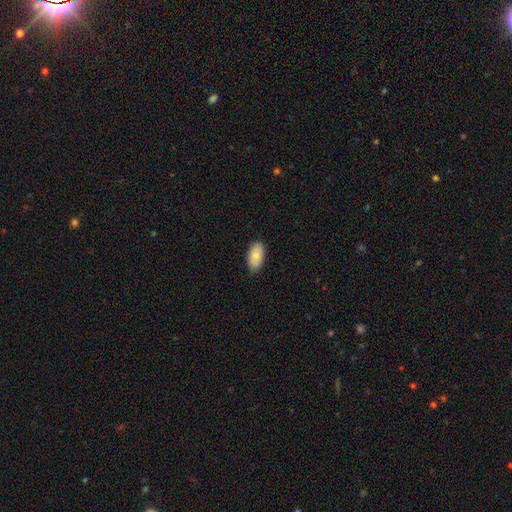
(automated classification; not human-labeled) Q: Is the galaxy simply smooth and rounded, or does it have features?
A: smooth — 81%.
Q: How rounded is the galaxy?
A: in between — 94%.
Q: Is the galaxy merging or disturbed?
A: none — 84%.